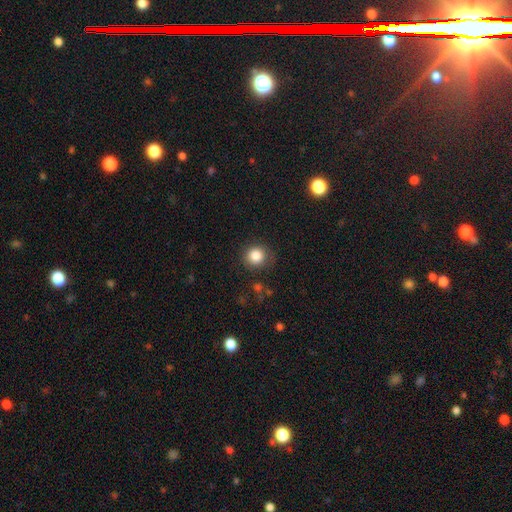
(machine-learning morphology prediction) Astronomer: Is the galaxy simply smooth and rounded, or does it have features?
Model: smooth — 84%.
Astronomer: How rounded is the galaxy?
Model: round — 85%.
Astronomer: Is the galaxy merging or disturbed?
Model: none — 80%.